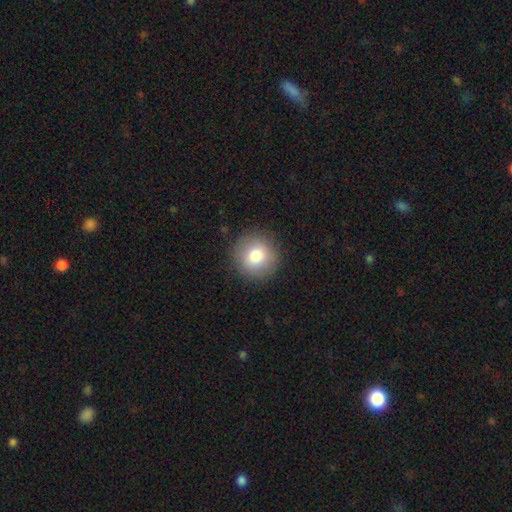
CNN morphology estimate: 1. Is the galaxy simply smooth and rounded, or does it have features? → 80% smooth, 11% featured or disk, 9% star or artifact.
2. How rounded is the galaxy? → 94% round, 5% in between, 1% cigar-shaped.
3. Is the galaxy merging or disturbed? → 90% none, 7% minor disturbance, 3% major disturbance, 1% merger.